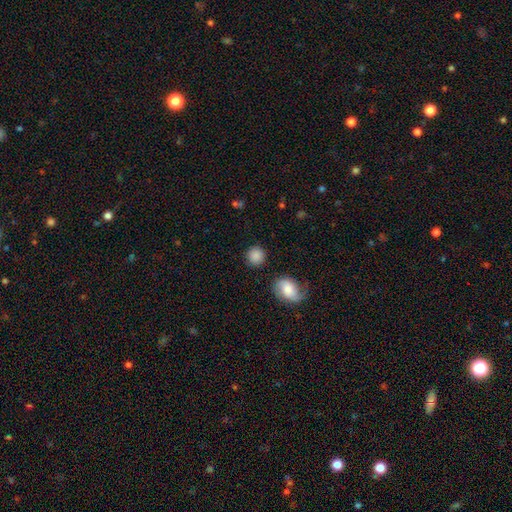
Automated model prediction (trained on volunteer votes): smooth-or-featured: smooth: 86% | star or artifact: 8% | featured or disk: 6%
  how-rounded: round: 88% | in between: 11% | cigar-shaped: 1%
  merging: none: 85% | minor disturbance: 9% | merger: 3% | major disturbance: 3%